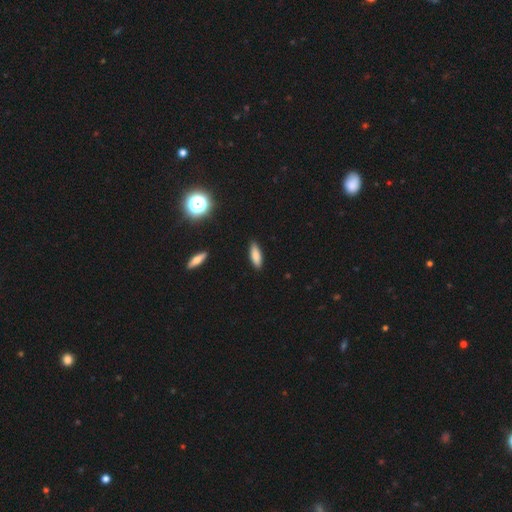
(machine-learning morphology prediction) Q: Smooth or featured?
A: smooth (82%); runner-up: featured or disk (10%)
Q: How rounded?
A: in between (53%); runner-up: cigar-shaped (45%)
Q: Merging?
A: none (87%); runner-up: minor disturbance (10%)